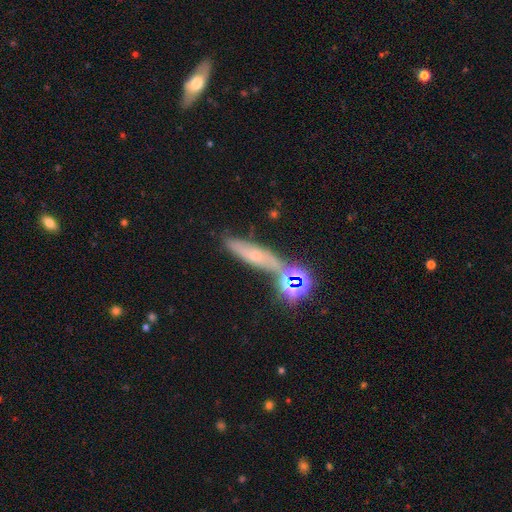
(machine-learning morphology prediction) Smooth or featured?
  - featured or disk: 39% *
  - smooth: 35%
  - star or artifact: 26%
Merging?
  - none: 66% *
  - minor disturbance: 16%
  - merger: 12%
  - major disturbance: 5%